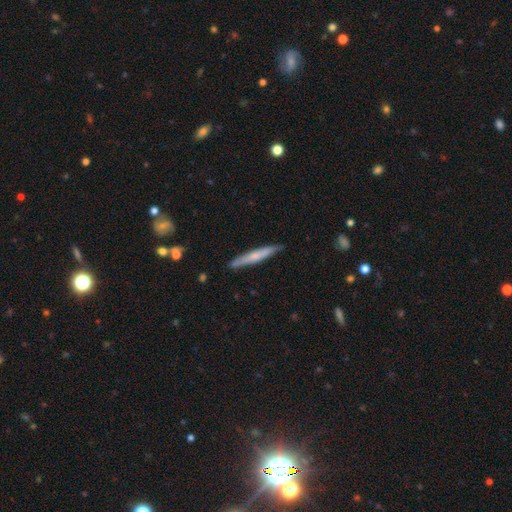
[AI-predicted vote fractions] smooth-or-featured: smooth: 55% | featured or disk: 39% | star or artifact: 5%
  how-rounded: cigar-shaped: 95% | in between: 3% | round: 1%
  merging: none: 87% | minor disturbance: 10% | major disturbance: 2% | merger: 1%